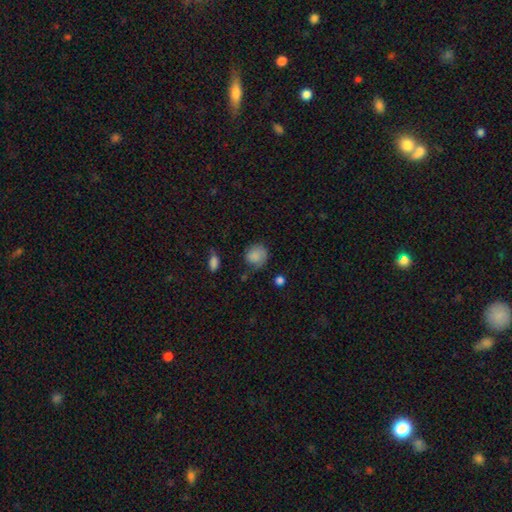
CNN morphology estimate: A smooth galaxy with no disk features (81%) that is round (76%). Merging: none (57%).